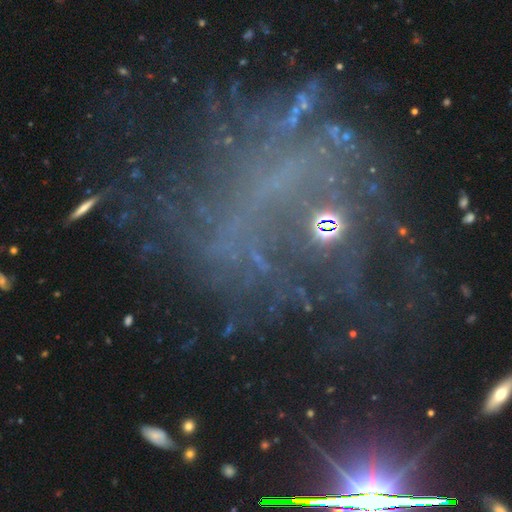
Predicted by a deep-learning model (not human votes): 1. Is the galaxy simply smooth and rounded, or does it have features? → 46% featured or disk, 38% star or artifact, 16% smooth.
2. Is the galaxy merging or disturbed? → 53% none, 25% major disturbance, 15% minor disturbance, 7% merger.